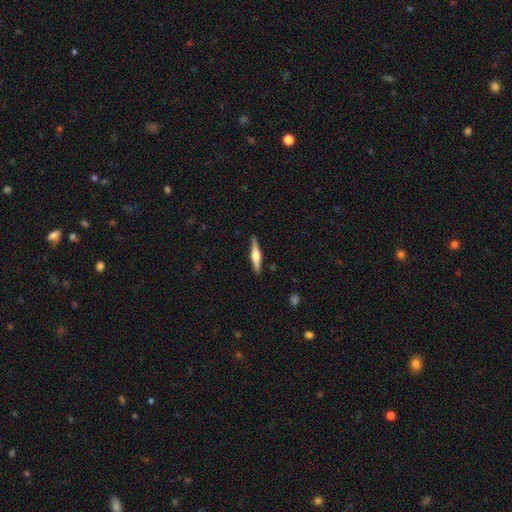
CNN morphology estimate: A featured or disk galaxy (64%) viewed edge-on (97%) with a rounded central bulge (91%).

Vote fractions:
- Smooth or featured? featured or disk: 64% / smooth: 30% / star or artifact: 5%
- Edge-on disk? yes: 97% / no: 3%
- Edge-on bulge? rounded: 91% / boxy: 6% / none: 3%
- Merging? none: 90% / minor disturbance: 8% / major disturbance: 2% / merger: 1%